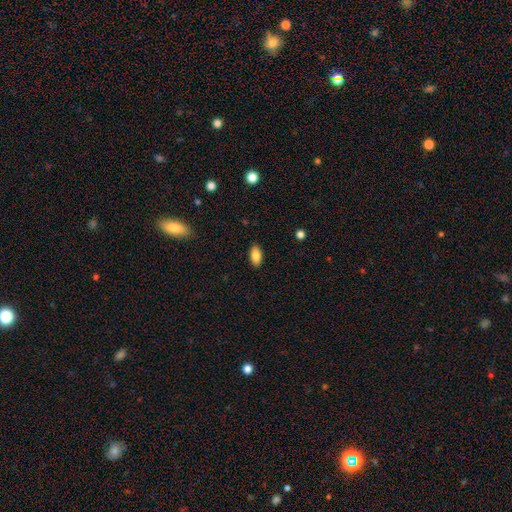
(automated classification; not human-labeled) Smooth or featured? Predicted: smooth (p=0.85). How rounded? Predicted: in between (p=0.92). Merging? Predicted: none (p=0.89).